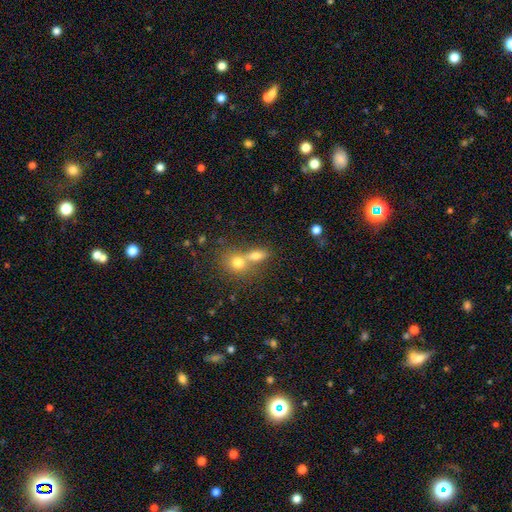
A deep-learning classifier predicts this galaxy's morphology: Overall: smooth (74%). How rounded: in between (68%). Merging: merger (59%; none 31%).